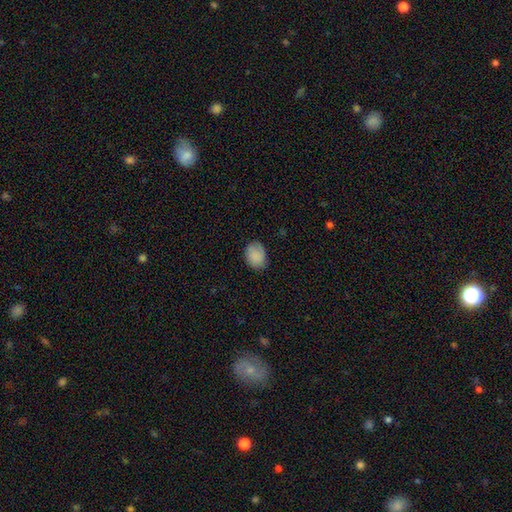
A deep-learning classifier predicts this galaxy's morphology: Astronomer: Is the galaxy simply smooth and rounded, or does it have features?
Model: smooth — 86%.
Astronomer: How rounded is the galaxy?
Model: in between — 60% (runner-up: round, 39%).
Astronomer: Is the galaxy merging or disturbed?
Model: none — 76%.